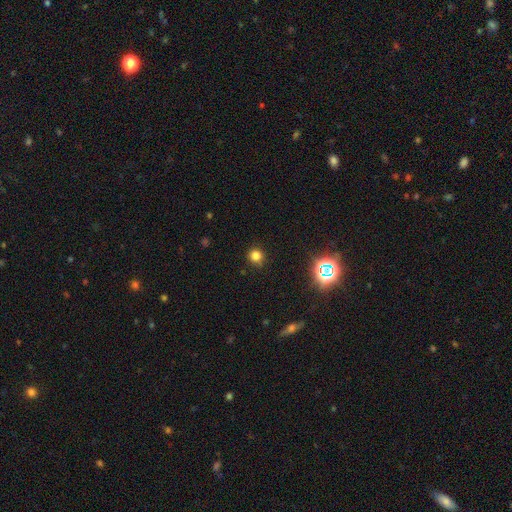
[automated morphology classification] Smooth or featured?
  - smooth: 77% *
  - star or artifact: 18%
  - featured or disk: 5%
How rounded?
  - round: 90% *
  - in between: 9%
  - cigar-shaped: 1%
Merging?
  - none: 85% *
  - minor disturbance: 10%
  - major disturbance: 3%
  - merger: 2%